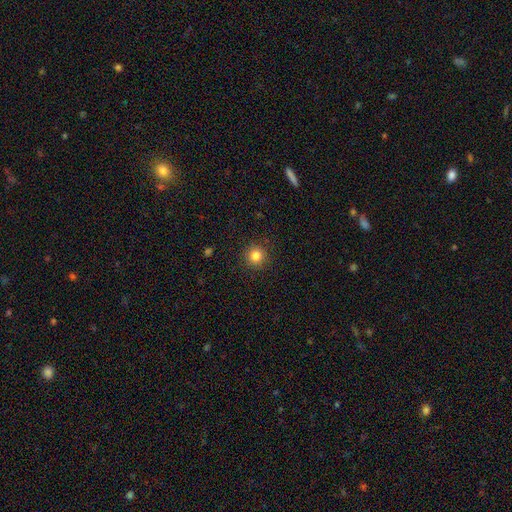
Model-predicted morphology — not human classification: A smooth galaxy with no disk features (83%) that is round (95%). Merging: none (91%).